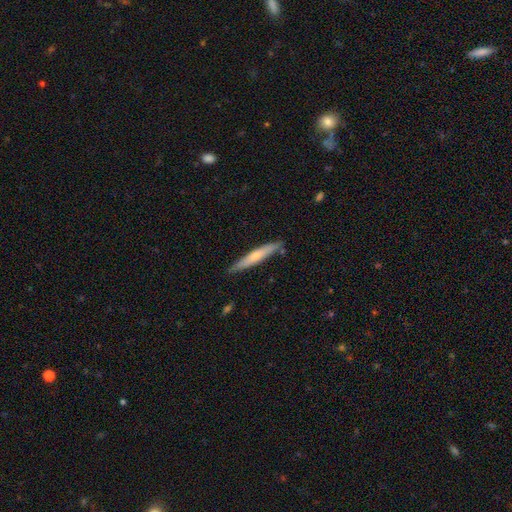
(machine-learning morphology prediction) smooth-or-featured: smooth: 47% (tied) | featured or disk: 47% (tied) | star or artifact: 6%
  merging: none: 85% | minor disturbance: 11% | merger: 2% | major disturbance: 2%